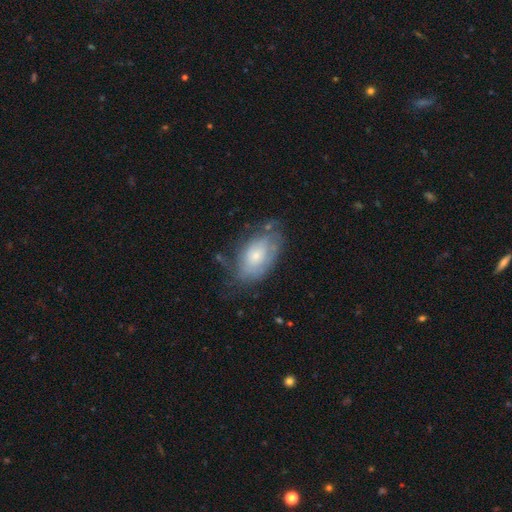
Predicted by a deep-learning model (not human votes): smooth_or_featured: featured or disk (p=0.48) [alt: smooth p=0.44]
merging: none (p=0.56) [alt: minor disturbance p=0.28]